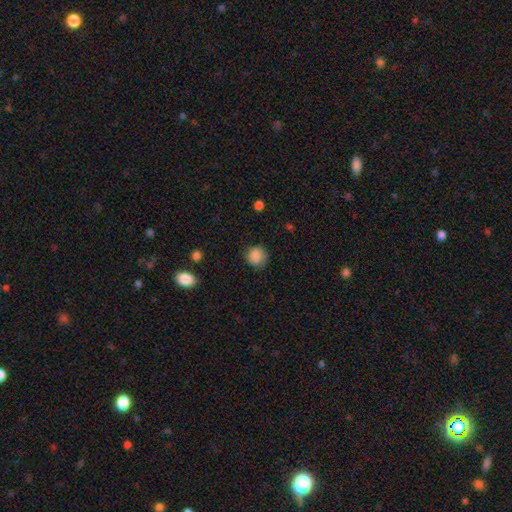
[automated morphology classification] Q: Smooth or featured?
A: smooth (83%); runner-up: featured or disk (9%)
Q: How rounded?
A: round (80%); runner-up: in between (19%)
Q: Merging?
A: none (68%); runner-up: minor disturbance (23%)